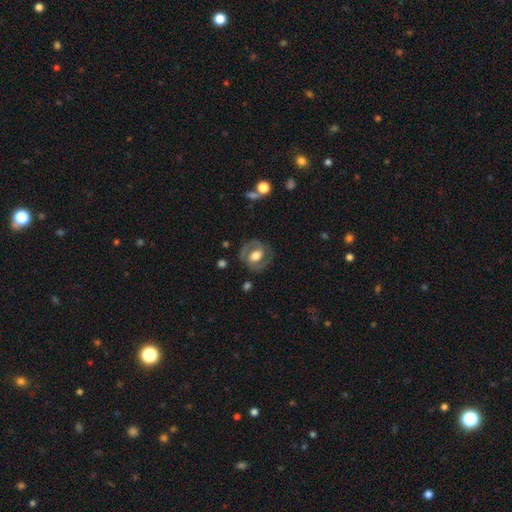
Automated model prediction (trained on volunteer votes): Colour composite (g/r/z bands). It shows a featured or disk galaxy (63%) with no bar (43%), spiral arms (60%) and a moderate central bulge (50%). Merging: none (76%).